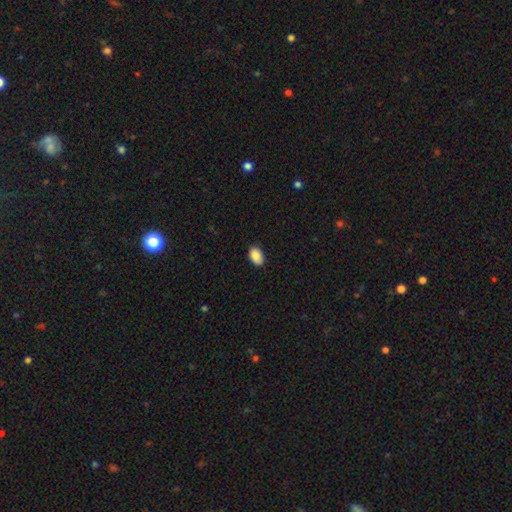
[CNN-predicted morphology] Smooth or featured? smooth (88%)
How rounded? in between (90%)
Merging? none (85%)